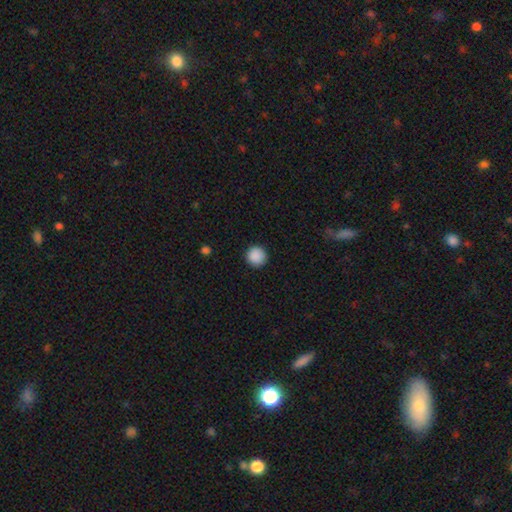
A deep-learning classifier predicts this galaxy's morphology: This appears to be a smooth galaxy with no disk features (89%) that is round (95%). Merging: none (91%).